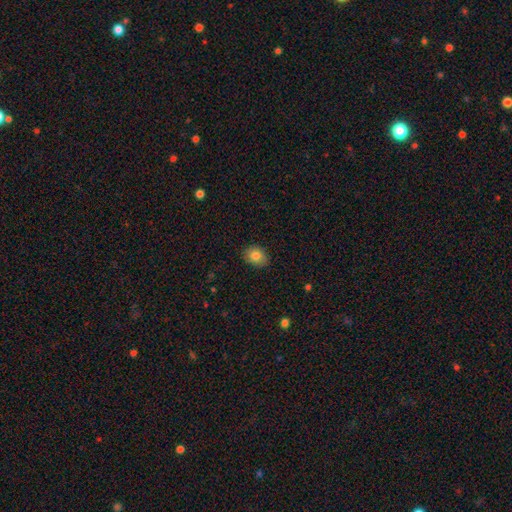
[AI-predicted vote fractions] Morphology: type=smooth (81%); roundness=in between (58%); merging=none (86%).